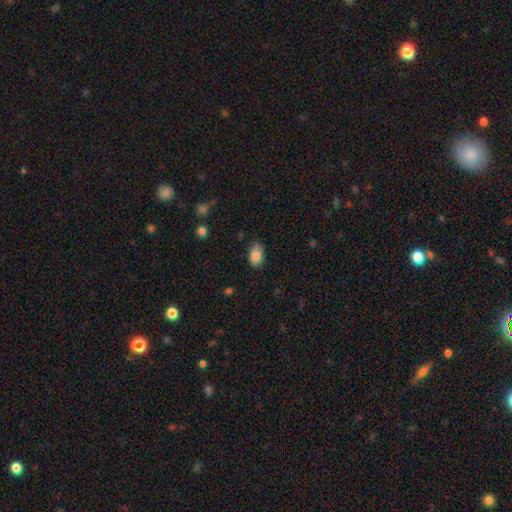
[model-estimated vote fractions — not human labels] Smooth or featured: smooth — 83% (featured or disk — 10%)
How rounded: in between — 91% (round — 7%)
Merging: none — 77% (minor disturbance — 19%)